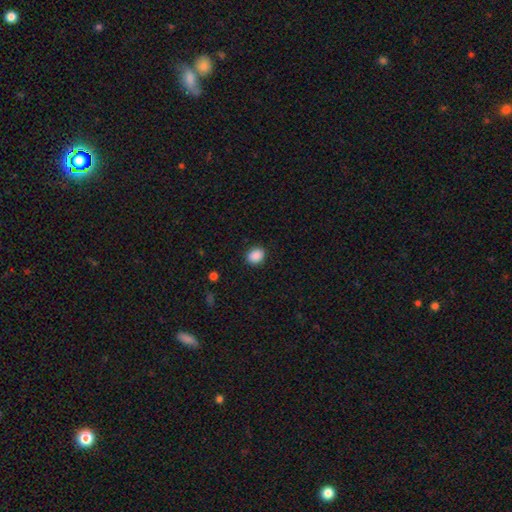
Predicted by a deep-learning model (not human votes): smooth 89%, star or artifact 9%, featured or disk 2%. Down the decision tree: how rounded — round (56%); merging — none (89%).